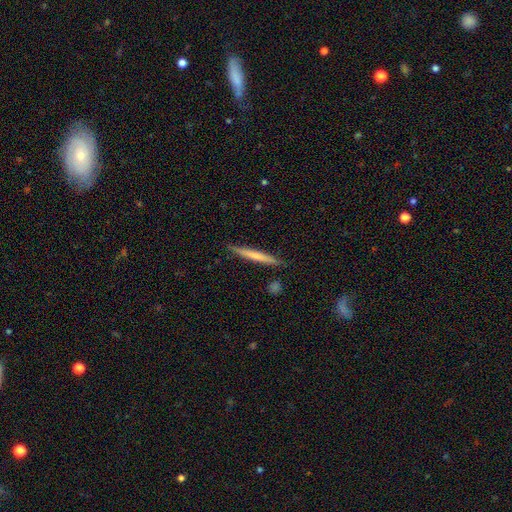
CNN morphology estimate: This is possibly a smooth galaxy (58%). How rounded: clearly cigar-shaped (96%). Merging: clearly none (87%).